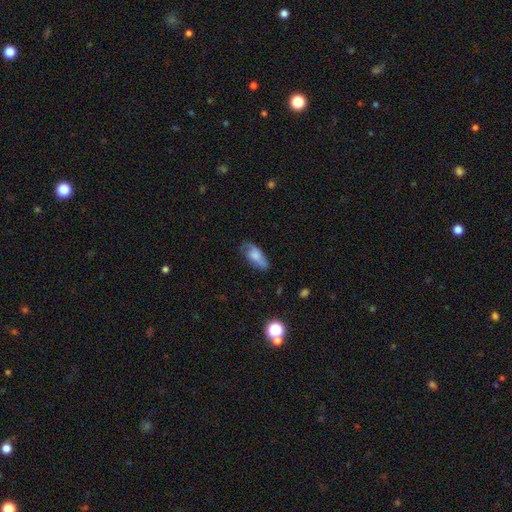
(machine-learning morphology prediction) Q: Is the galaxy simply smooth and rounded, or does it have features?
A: smooth — 60%.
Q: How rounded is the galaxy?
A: in between — 81%.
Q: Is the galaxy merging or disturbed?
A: none — 60%.